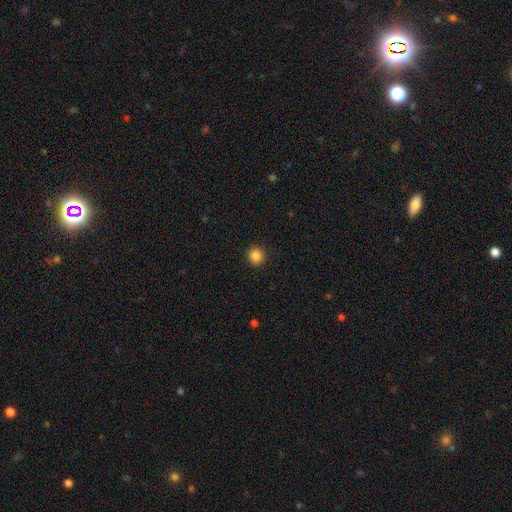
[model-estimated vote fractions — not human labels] Overall: smooth (86%). How rounded: round (88%). Merging: none (92%).